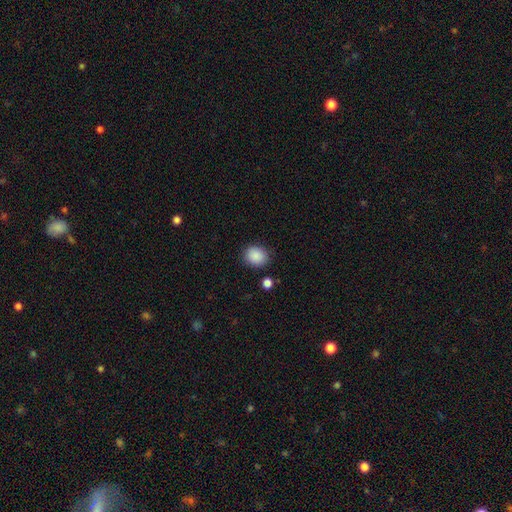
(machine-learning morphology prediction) type=smooth (89%); roundness=round (64%); merging=none (85%).